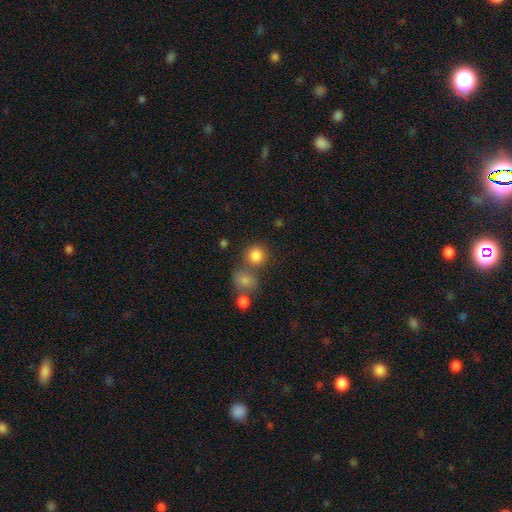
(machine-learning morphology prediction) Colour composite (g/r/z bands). It shows a smooth galaxy with no disk features (83%) that is round (86%). Merging: none (61%).